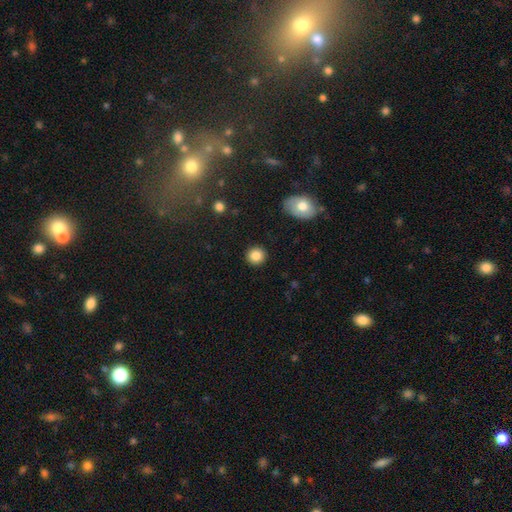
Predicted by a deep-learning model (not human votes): Smooth or featured: smooth — 85% (star or artifact — 9%)
How rounded: round — 92% (in between — 7%)
Merging: none — 92% (minor disturbance — 5%)